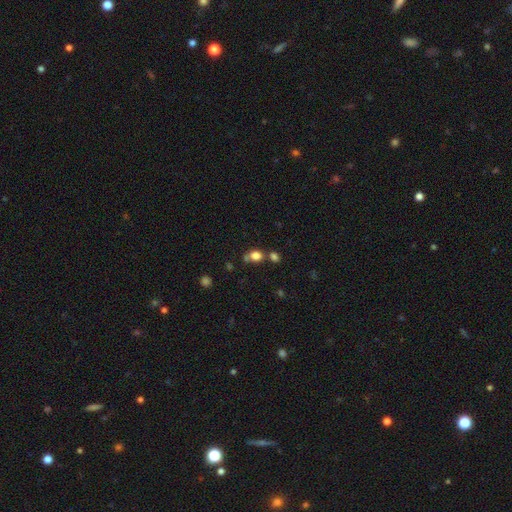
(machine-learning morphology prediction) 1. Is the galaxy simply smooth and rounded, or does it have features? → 79% smooth, 13% star or artifact, 7% featured or disk.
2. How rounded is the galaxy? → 58% round, 40% in between, 1% cigar-shaped.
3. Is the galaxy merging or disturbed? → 53% none, 28% merger, 13% minor disturbance, 6% major disturbance.